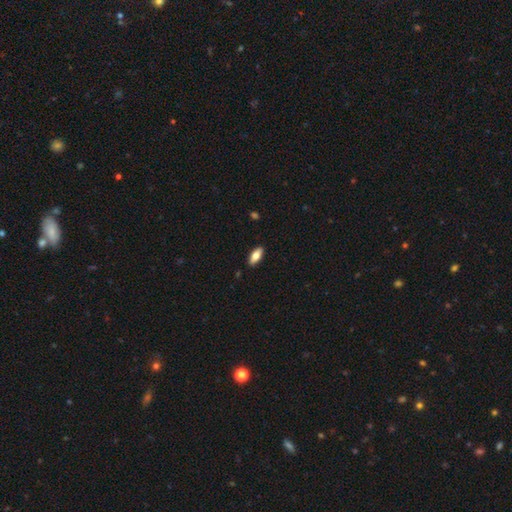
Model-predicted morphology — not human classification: Overall: smooth (76%). How rounded: in between (83%). Merging: none (89%).